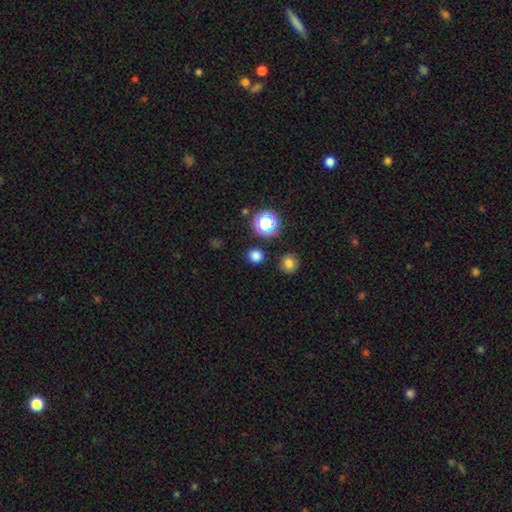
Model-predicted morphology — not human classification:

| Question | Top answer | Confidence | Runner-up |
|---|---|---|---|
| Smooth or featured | smooth | 74% | star or artifact (21%) |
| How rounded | round | 87% | in between (12%) |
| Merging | none | 86% | minor disturbance (7%) |